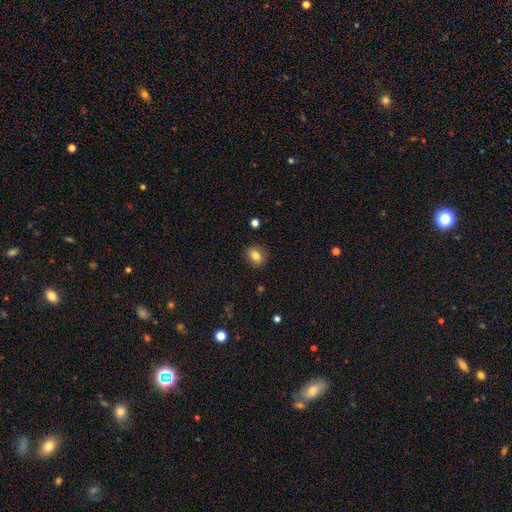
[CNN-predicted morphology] The model was most divided on "how rounded": round: 50%, in between: 48%, cigar-shaped: 1%. More confident: merging — none (87%); smooth or featured — smooth (81%).